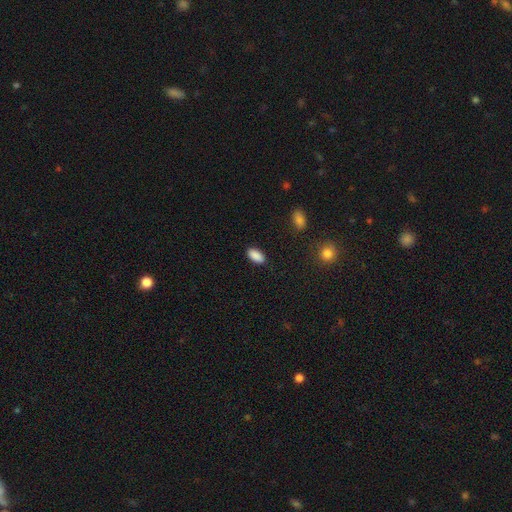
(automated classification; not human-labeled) Smooth or featured? Predicted: smooth (p=0.89). How rounded? Predicted: in between (p=0.92). Merging? Predicted: none (p=0.88).